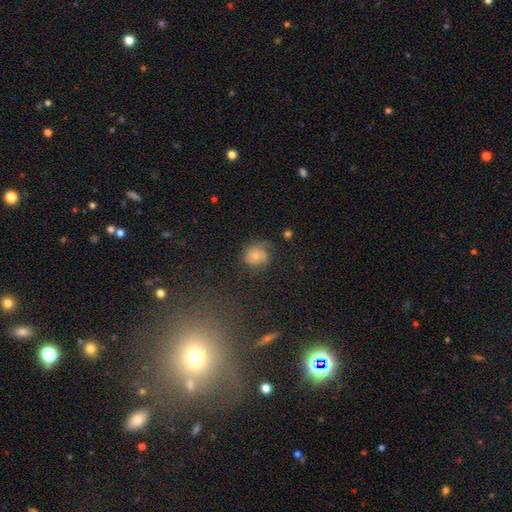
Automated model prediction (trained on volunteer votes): Morphology: type=smooth (55%); roundness=round (79%); merging=none (54%).